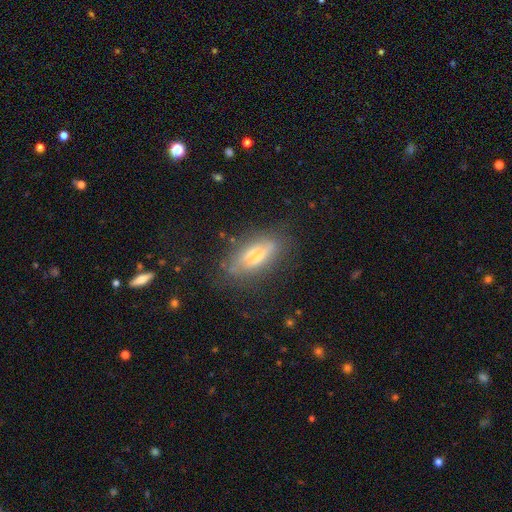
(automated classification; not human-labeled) smooth_or_featured: smooth (p=0.46) [alt: featured or disk p=0.44]
merging: none (p=0.69) [alt: minor disturbance p=0.21]